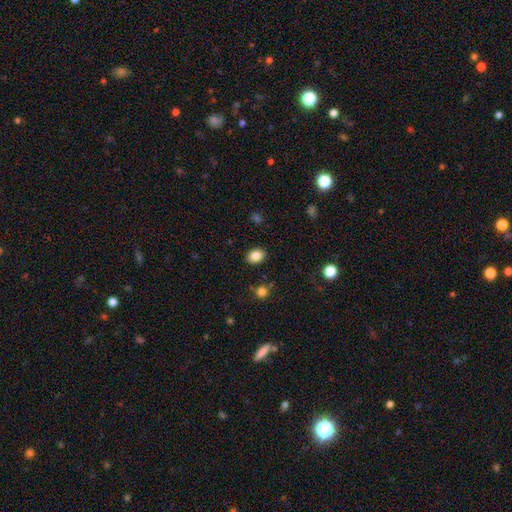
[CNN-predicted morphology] Smooth or featured: smooth — 85% (star or artifact — 9%)
How rounded: in between — 61% (round — 38%)
Merging: none — 88% (minor disturbance — 8%)